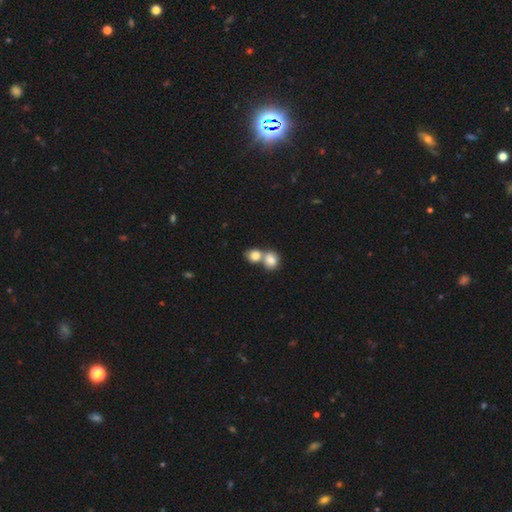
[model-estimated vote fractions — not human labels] A smooth galaxy with no disk features (83%) that is round (63%).

Vote fractions:
- Smooth or featured? smooth: 83% / featured or disk: 9% / star or artifact: 8%
- How rounded? round: 63% / in between: 36% / cigar-shaped: 1%
- Merging? merger: 64% / none: 27% / minor disturbance: 6% / major disturbance: 3%